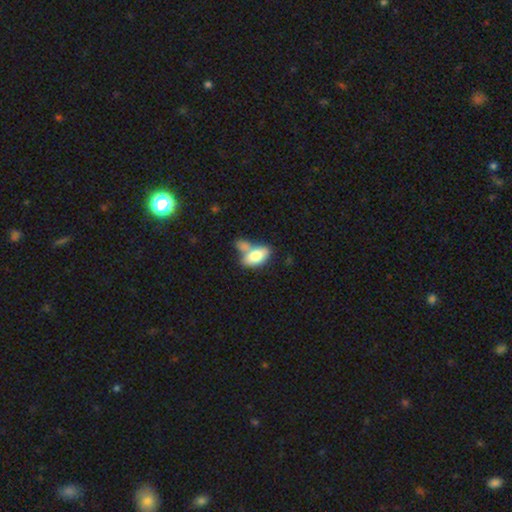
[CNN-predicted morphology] This is likely a smooth galaxy (75%). How rounded: clearly in between (89%). Merging: marginally merger (45%).